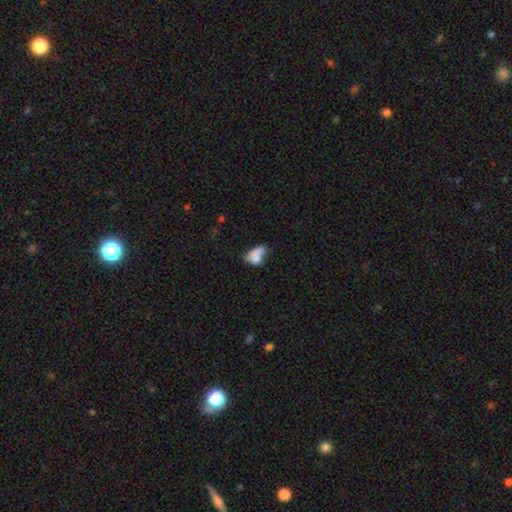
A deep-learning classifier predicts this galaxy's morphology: Q: Smooth or featured?
A: smooth (69%); runner-up: featured or disk (20%)
Q: How rounded?
A: in between (81%); runner-up: round (14%)
Q: Merging?
A: merger (34%); runner-up: none (24%)